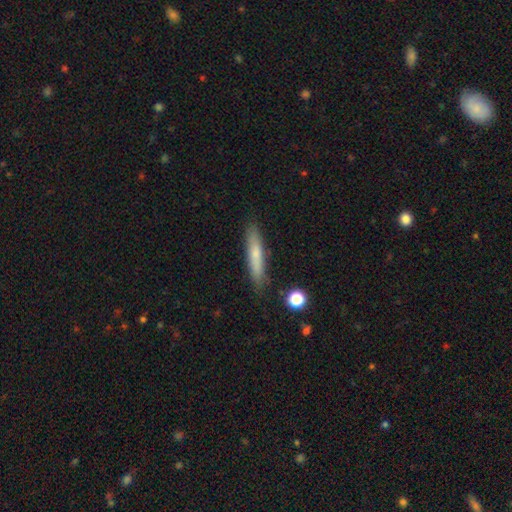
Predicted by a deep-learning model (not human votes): This is likely a smooth galaxy (69%). How rounded: clearly cigar-shaped (90%). Merging: clearly none (85%).